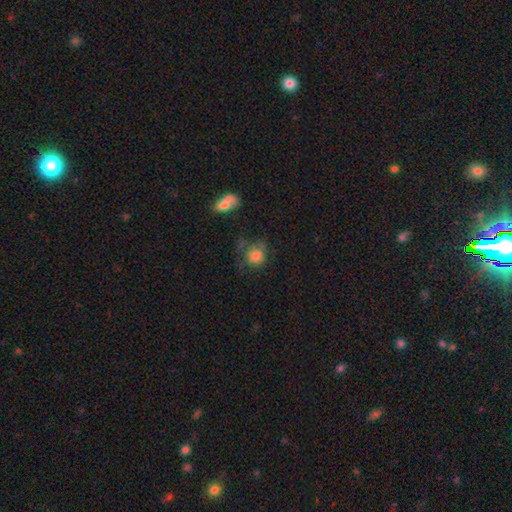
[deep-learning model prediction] smooth_or_featured: smooth (p=0.76) [alt: featured or disk p=0.12]
how_rounded: round (p=0.80) [alt: in between p=0.19]
merging: none (p=0.52) [alt: minor disturbance p=0.23]